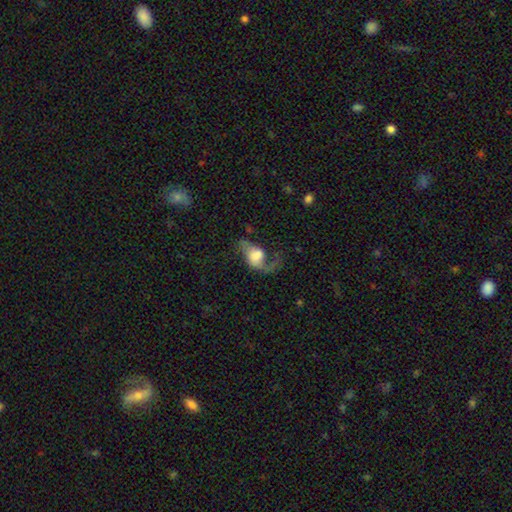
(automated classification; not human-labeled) A featured or disk galaxy (55%) with no bar (66%), spiral arms (76%) and a large central bulge (44%).

Vote fractions:
- Smooth or featured? featured or disk: 55% / smooth: 37% / star or artifact: 8%
- Edge-on disk? no: 94% / yes: 6%
- Bar? no: 66% / weak: 26% / strong: 7%
- Spiral arms? yes: 76% / no: 24%
- Bulge size? large: 44% / moderate: 18% / dominant: 17% / none: 11% / small: 9%
- Merging? major disturbance: 49% / none: 30% / minor disturbance: 17% / merger: 4%